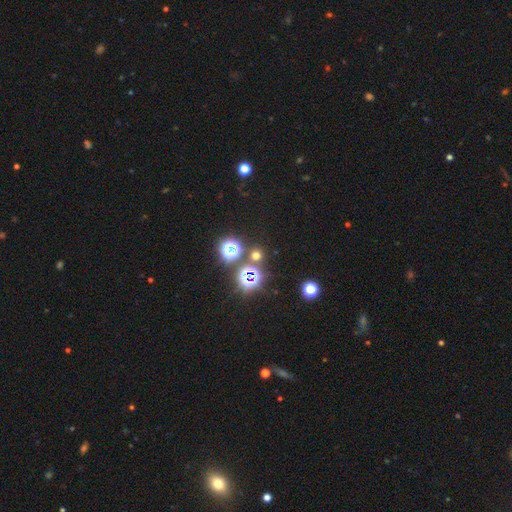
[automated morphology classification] Smooth or featured? smooth (49%)
Merging? none (81%)